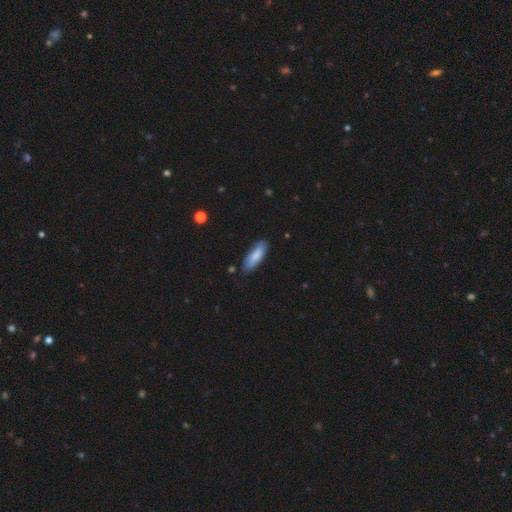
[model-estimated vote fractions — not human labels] Smooth or featured? Predicted: smooth (p=0.80). How rounded? Predicted: in between (p=0.56). Merging? Predicted: none (p=0.80).